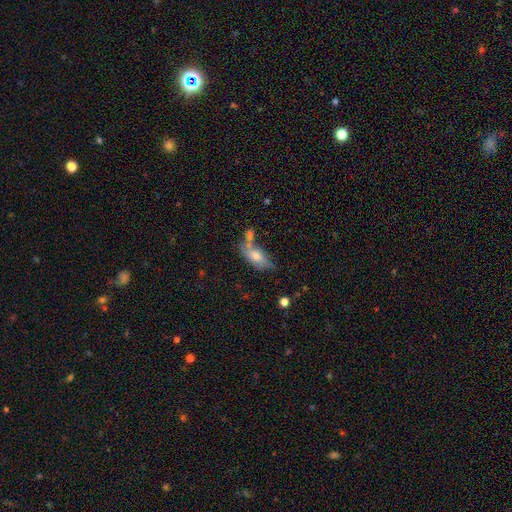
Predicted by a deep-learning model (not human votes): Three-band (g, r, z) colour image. It shows a smooth galaxy with no disk features (63%) that is in between round and cigar-shaped (80%). Merging: none (46%).